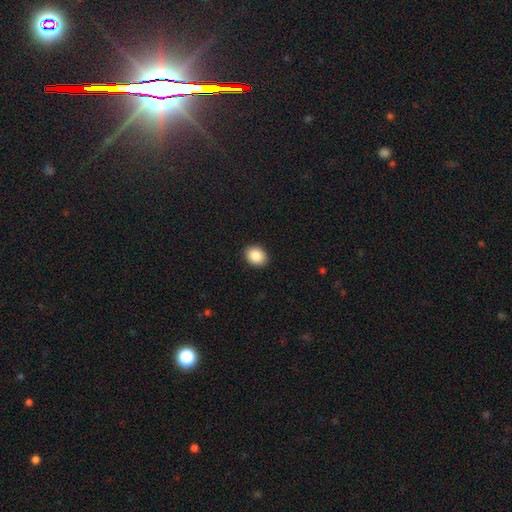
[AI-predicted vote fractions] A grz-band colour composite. It shows a smooth galaxy with no disk features (88%) that is round (51%). Merging: none (91%).